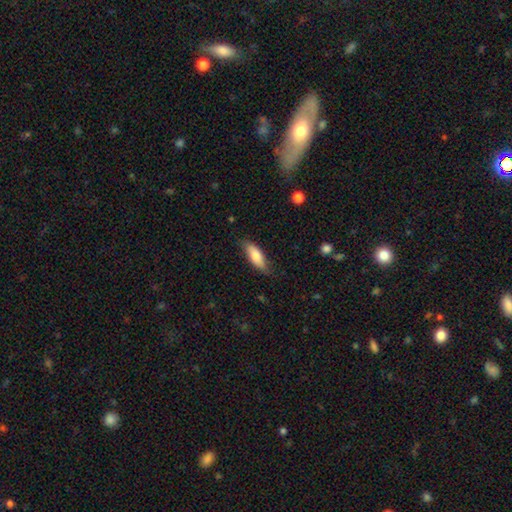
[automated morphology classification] The model was most divided on "how rounded": in between: 66%, cigar-shaped: 32%, round: 2%. More confident: smooth or featured — smooth (78%); merging — none (74%).